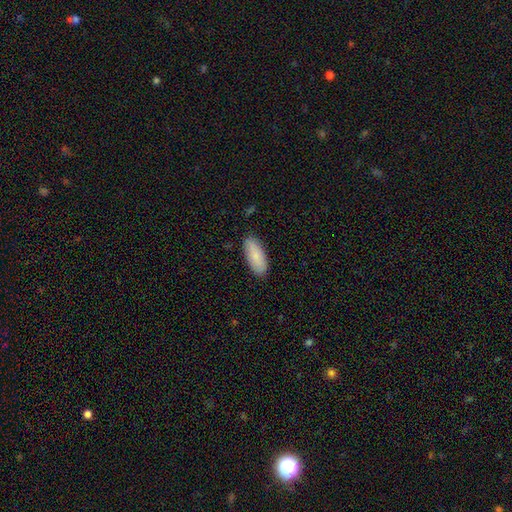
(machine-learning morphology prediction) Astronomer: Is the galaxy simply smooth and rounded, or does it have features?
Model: smooth — 84%.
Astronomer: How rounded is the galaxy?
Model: in between — 80%.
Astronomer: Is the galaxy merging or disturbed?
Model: none — 87%.